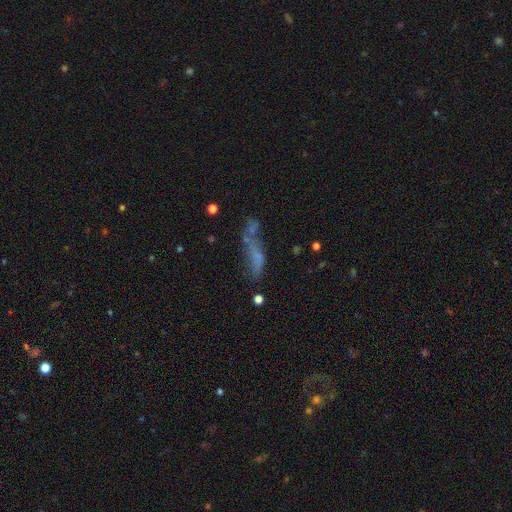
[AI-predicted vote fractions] Smooth or featured?
  - smooth: 46% *
  - featured or disk: 37%
  - star or artifact: 17%
Merging?
  - none: 35% *
  - major disturbance: 24%
  - merger: 22%
  - minor disturbance: 19%